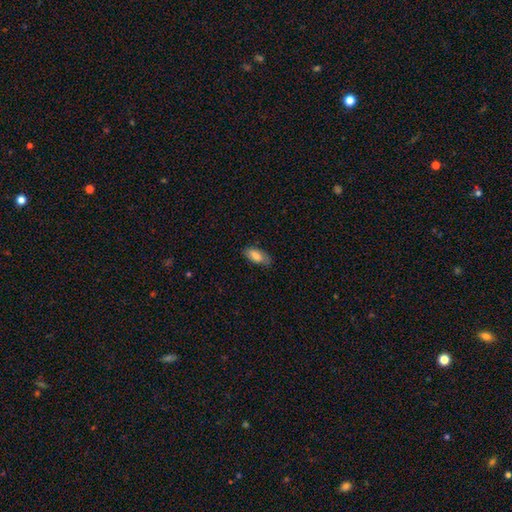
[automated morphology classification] smooth 81%, featured or disk 12%, star or artifact 7%. Down the decision tree: how rounded — in between (84%); merging — none (78%).